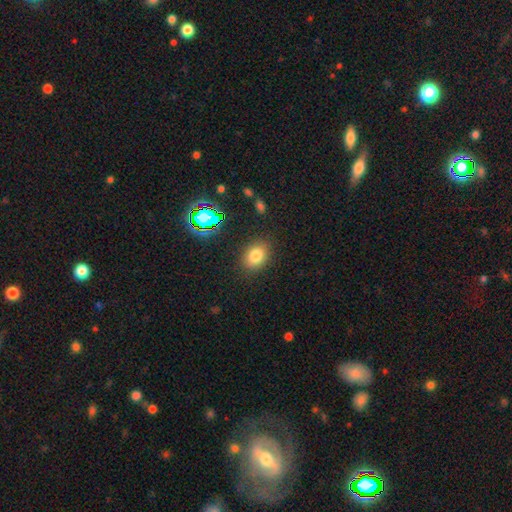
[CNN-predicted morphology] Overall: smooth (78%). How rounded: in between (68%; round 31%). Merging: none (85%).